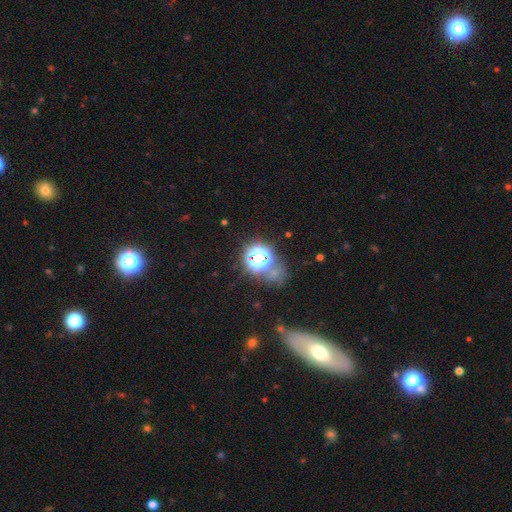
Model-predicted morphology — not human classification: smooth-or-featured: star or artifact: 62% | smooth: 27% | featured or disk: 12%